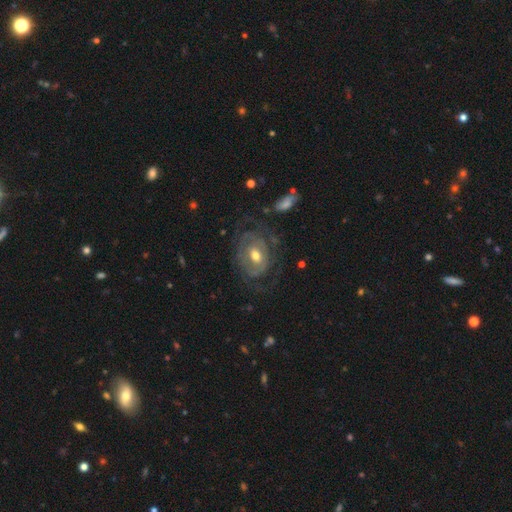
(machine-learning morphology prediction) featured or disk 75%, smooth 18%, star or artifact 6%. Down the decision tree: edge-on disk — no (96%); bar — no (56%); spiral arms — yes (74%); spiral arm count — can't tell (45%); spiral winding — tight (55%); bulge size — moderate (70%); merging — none (56%).